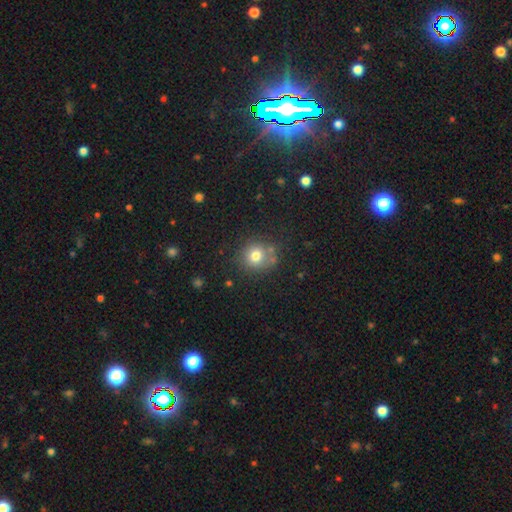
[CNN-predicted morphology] Smooth or featured? smooth (76%)
How rounded? round (89%)
Merging? none (74%)